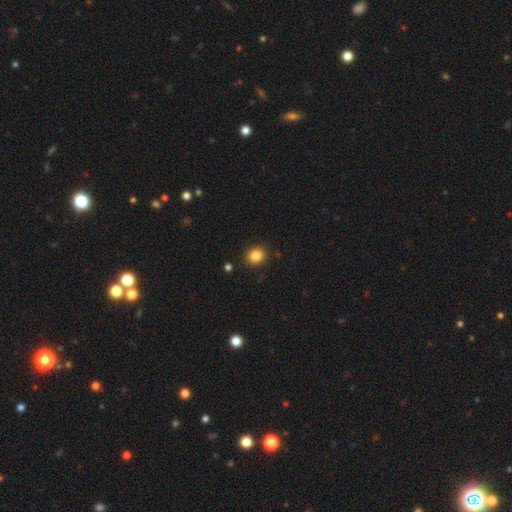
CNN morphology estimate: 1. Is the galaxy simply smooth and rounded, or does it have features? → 85% smooth, 10% star or artifact, 4% featured or disk.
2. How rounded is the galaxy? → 71% round, 28% in between, 1% cigar-shaped.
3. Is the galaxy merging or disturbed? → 90% none, 6% minor disturbance, 2% major disturbance, 1% merger.